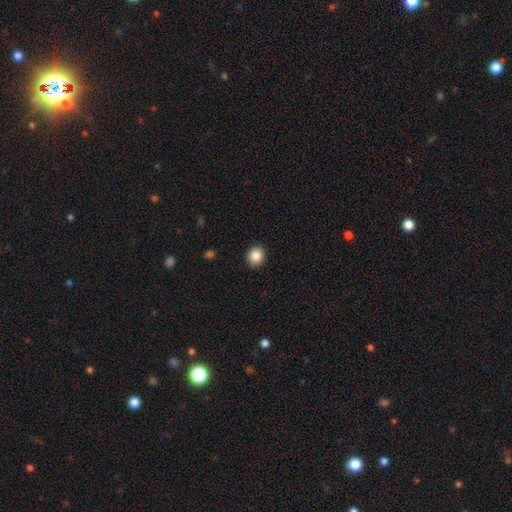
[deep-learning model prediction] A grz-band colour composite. It shows a smooth galaxy with no disk features (87%) that is round (87%). Merging: none (92%).